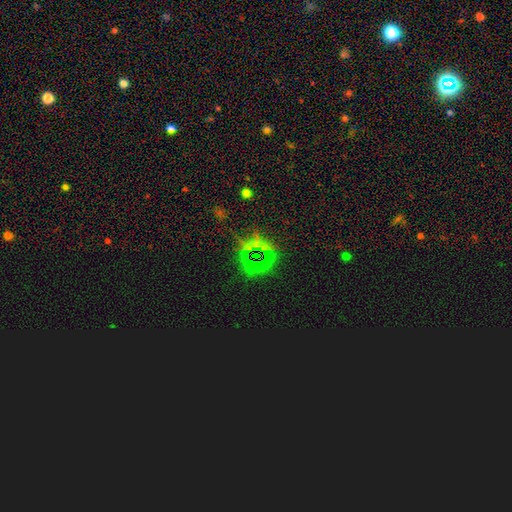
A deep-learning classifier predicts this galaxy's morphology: type=star or artifact (76%).